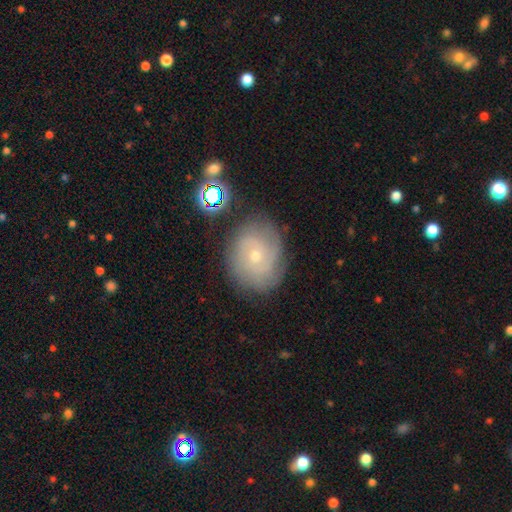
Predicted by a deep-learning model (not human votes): Q: Smooth or featured?
A: featured or disk (67%); runner-up: smooth (22%)
Q: Edge-on disk?
A: no (96%); runner-up: yes (4%)
Q: Bar?
A: no (78%); runner-up: weak (19%)
Q: Spiral arms?
A: yes (86%); runner-up: no (14%)
Q: Spiral winding?
A: tight (64%); runner-up: medium (28%)
Q: Spiral arm count?
A: can't tell (42%); runner-up: 2 (20%)
Q: Bulge size?
A: small (70%); runner-up: moderate (27%)
Q: Merging?
A: none (75%); runner-up: minor disturbance (16%)